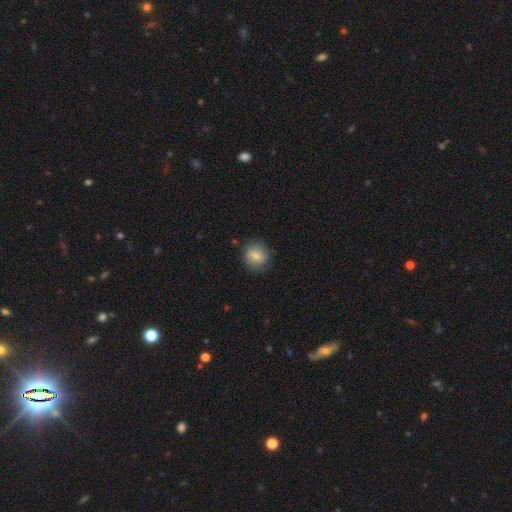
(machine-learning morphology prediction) Smooth or featured? Predicted: smooth (p=0.77). How rounded? Predicted: round (p=0.79). Merging? Predicted: none (p=0.80).